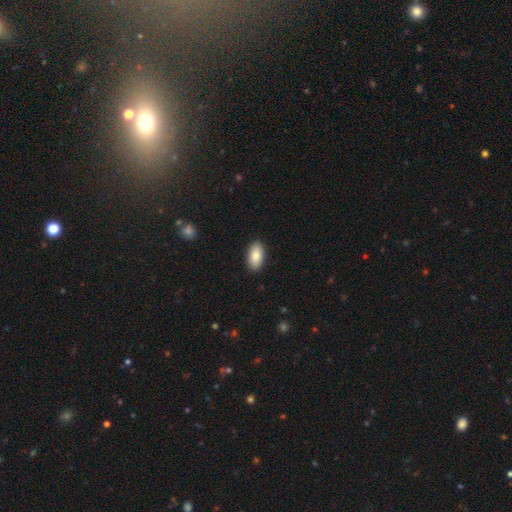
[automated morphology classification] This is clearly a smooth galaxy (87%). How rounded: clearly in between (94%). Merging: clearly none (90%).